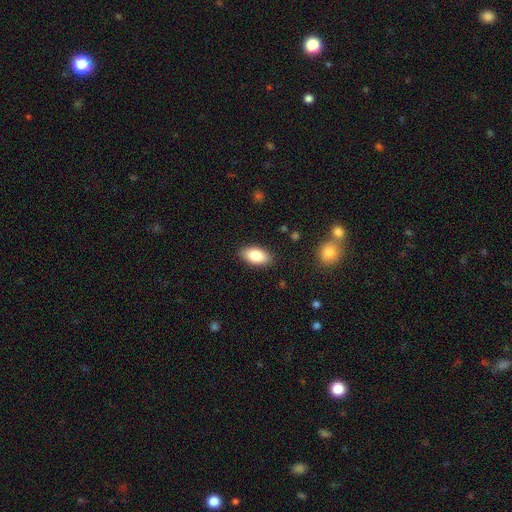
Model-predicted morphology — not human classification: smooth_or_featured: smooth (p=0.85) [alt: featured or disk p=0.09]
how_rounded: in between (p=0.93) [alt: cigar-shaped p=0.04]
merging: none (p=0.87) [alt: minor disturbance p=0.09]